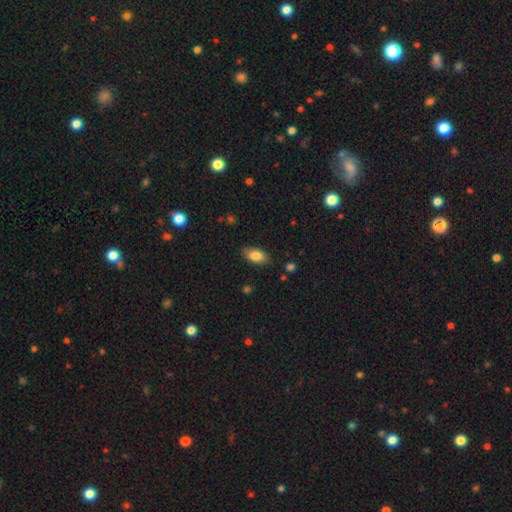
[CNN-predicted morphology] A smooth galaxy with no disk features (83%) that is in between round and cigar-shaped (90%). Merging: none (86%).